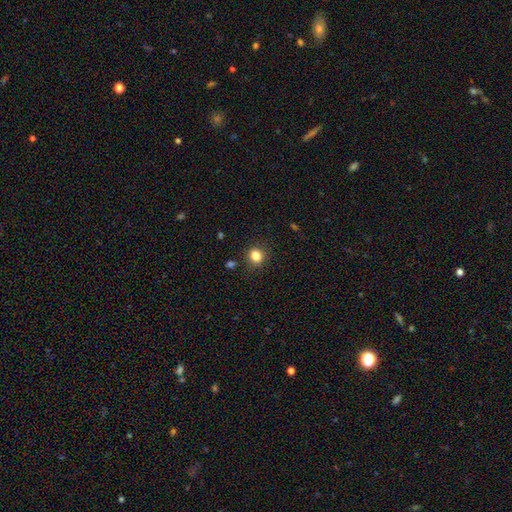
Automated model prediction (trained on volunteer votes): A smooth galaxy with no disk features (83%) that is round (76%).

Vote fractions:
- Smooth or featured? smooth: 83% / star or artifact: 12% / featured or disk: 6%
- How rounded? round: 76% / in between: 23% / cigar-shaped: 1%
- Merging? none: 87% / minor disturbance: 9% / major disturbance: 3% / merger: 2%